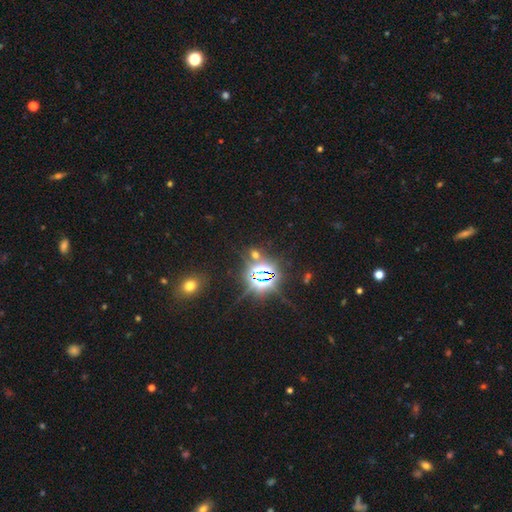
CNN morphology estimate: Smooth or featured: star or artifact — 79% (smooth — 13%)